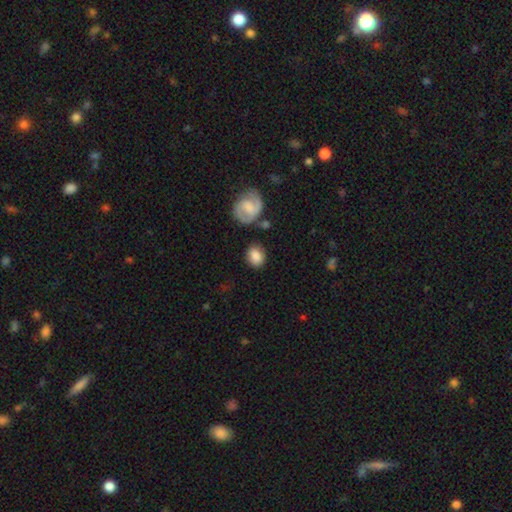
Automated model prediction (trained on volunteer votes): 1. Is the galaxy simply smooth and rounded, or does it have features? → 80% smooth, 14% featured or disk, 6% star or artifact.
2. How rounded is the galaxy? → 50% in between, 48% round, 1% cigar-shaped.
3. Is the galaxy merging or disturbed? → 76% none, 14% minor disturbance, 6% merger, 4% major disturbance.